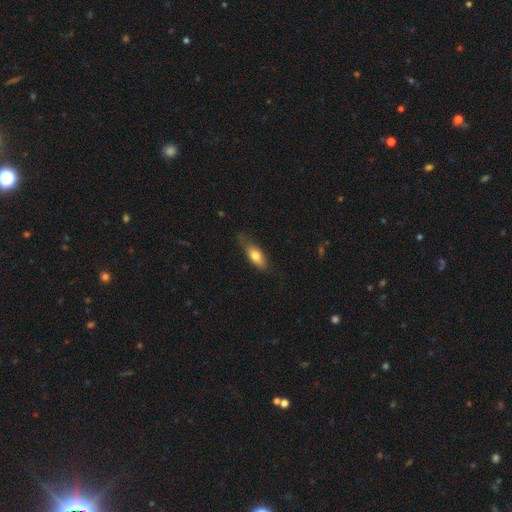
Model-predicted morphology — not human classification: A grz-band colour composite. It shows a smooth galaxy with no disk features (72%) that is in between round and cigar-shaped (71%). Merging: none (60%).